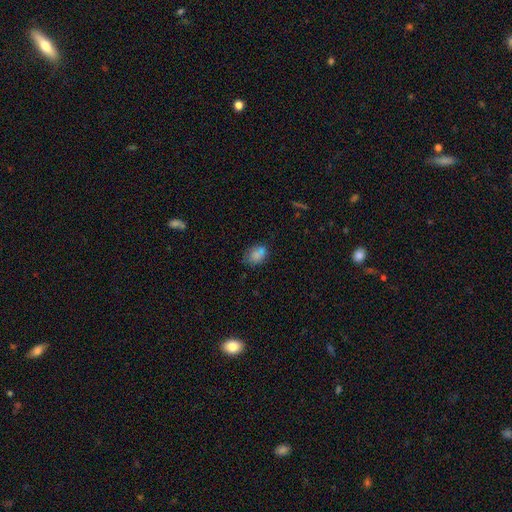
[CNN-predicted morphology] Smooth or featured?
  - smooth: 77% *
  - star or artifact: 12%
  - featured or disk: 11%
How rounded?
  - in between: 74% *
  - round: 24%
  - cigar-shaped: 2%
Merging?
  - none: 59% *
  - minor disturbance: 23%
  - merger: 11%
  - major disturbance: 7%